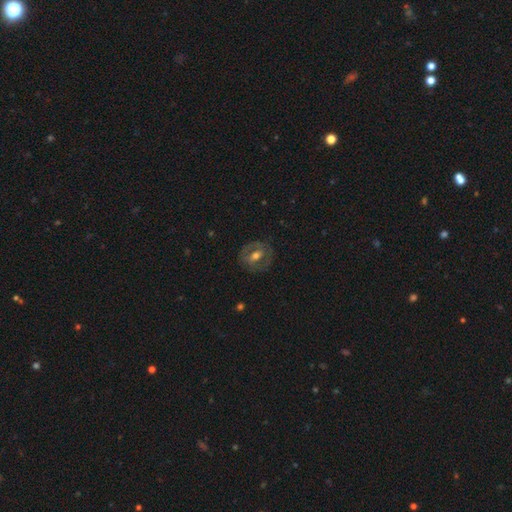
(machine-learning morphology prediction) featured or disk 57%, smooth 36%, star or artifact 7%. Down the decision tree: edge-on disk — no (93%); bar — no (40%); spiral arms — no (75%); bulge size — moderate (70%); merging — none (78%).